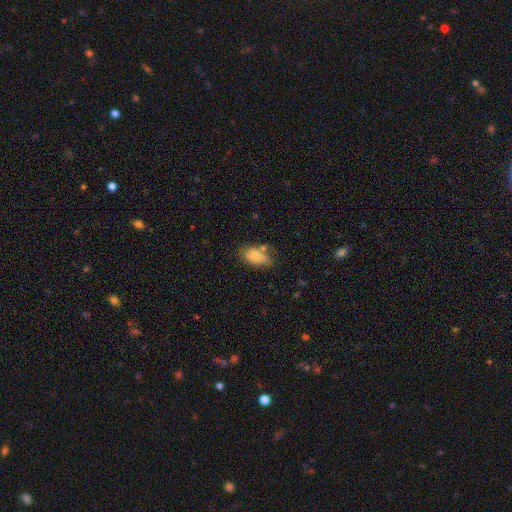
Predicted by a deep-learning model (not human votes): Q: Smooth or featured?
A: smooth (77%); runner-up: featured or disk (15%)
Q: How rounded?
A: in between (91%); runner-up: round (6%)
Q: Merging?
A: none (55%); runner-up: minor disturbance (25%)